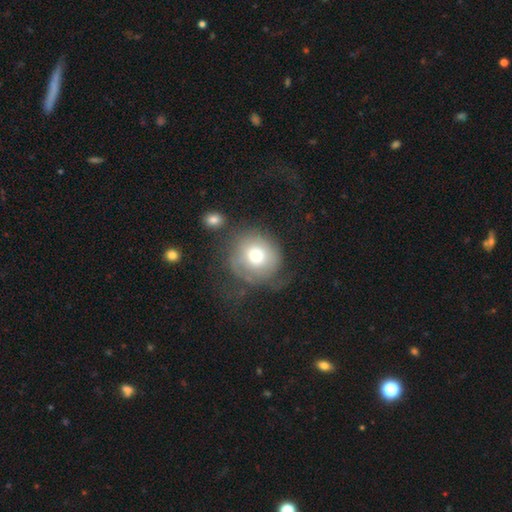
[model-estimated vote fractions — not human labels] The model was most divided on "merging": none: 50%, major disturbance: 23%, minor disturbance: 21%, merger: 6%. More confident: how rounded — round (87%); smooth or featured — smooth (59%).